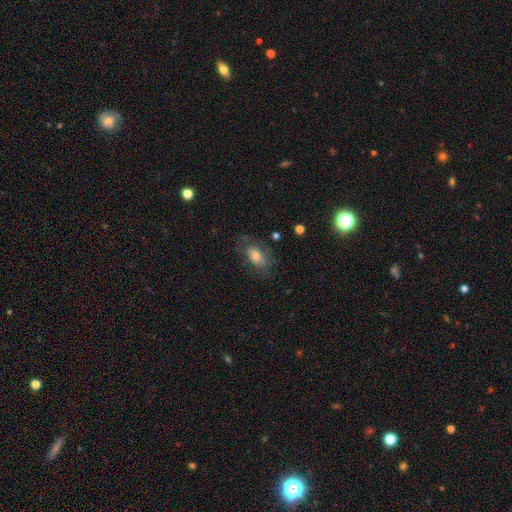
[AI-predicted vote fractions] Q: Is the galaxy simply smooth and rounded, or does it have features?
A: smooth — 65%.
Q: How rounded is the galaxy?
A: in between — 87%.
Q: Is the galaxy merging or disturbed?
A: none — 65%.